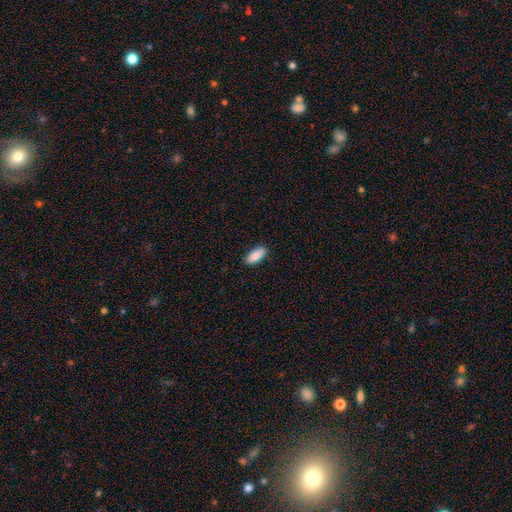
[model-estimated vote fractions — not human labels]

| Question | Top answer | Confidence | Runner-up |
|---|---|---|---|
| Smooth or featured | smooth | 89% | star or artifact (6%) |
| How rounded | in between | 85% | cigar-shaped (13%) |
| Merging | none | 89% | minor disturbance (9%) |